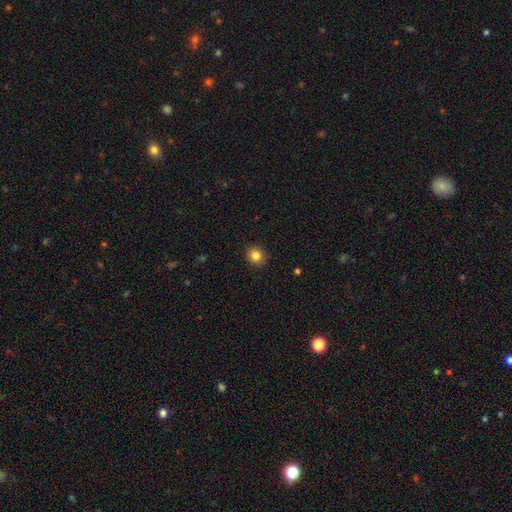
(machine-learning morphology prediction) The model was most divided on "smooth or featured": smooth: 84%, star or artifact: 11%, featured or disk: 5%. More confident: how rounded — round (92%); merging — none (92%).